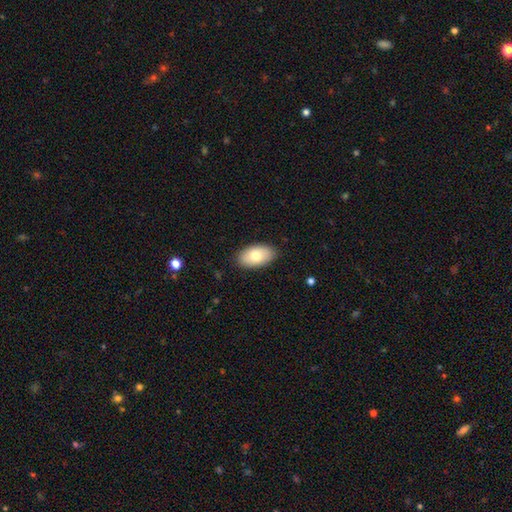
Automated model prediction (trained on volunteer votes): smooth 76%, featured or disk 18%, star or artifact 6%. Down the decision tree: how rounded — in between (94%); merging — none (87%).